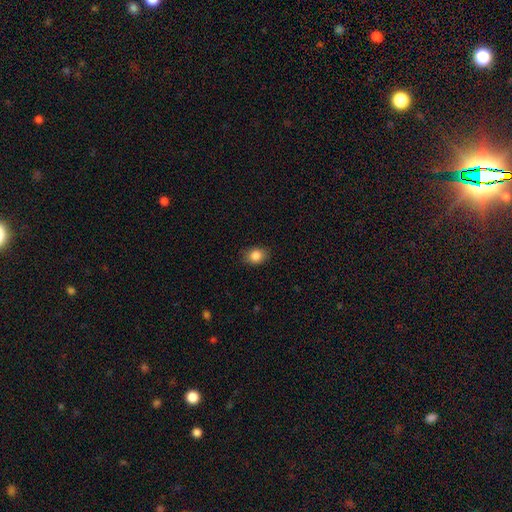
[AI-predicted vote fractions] Smooth or featured? smooth (86%)
How rounded? in between (58%)
Merging? none (85%)